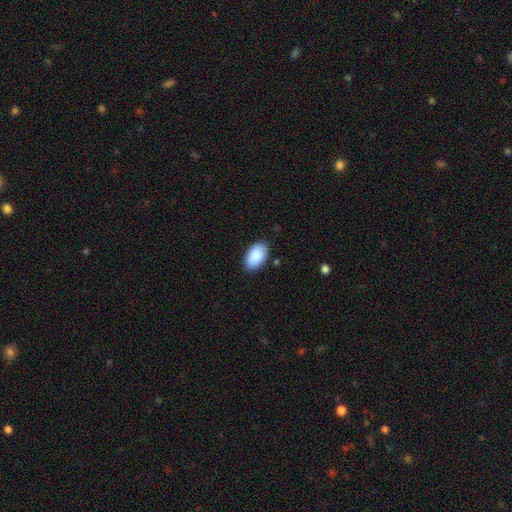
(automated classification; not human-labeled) smooth-or-featured: smooth: 90% | star or artifact: 6% | featured or disk: 4%
  how-rounded: in between: 95% | round: 4% | cigar-shaped: 1%
  merging: none: 85% | minor disturbance: 11% | major disturbance: 2% | merger: 1%